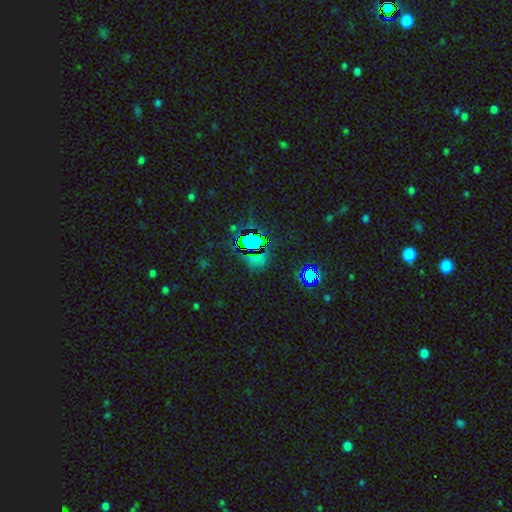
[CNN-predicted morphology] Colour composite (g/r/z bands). It shows a star or artifact, not a galaxy (68%).